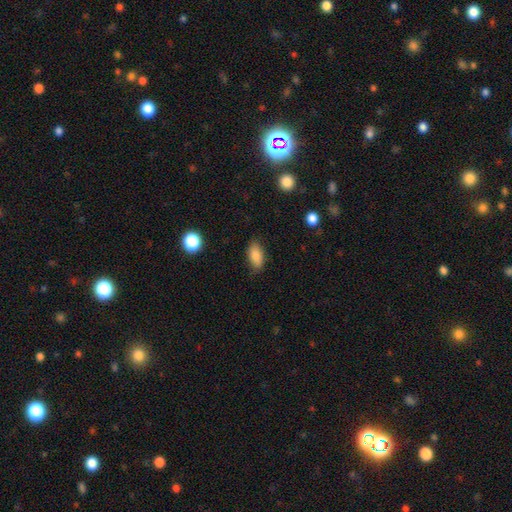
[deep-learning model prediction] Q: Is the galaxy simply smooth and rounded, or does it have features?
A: smooth — 86%.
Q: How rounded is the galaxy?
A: in between — 88%.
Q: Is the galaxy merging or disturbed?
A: none — 81%.